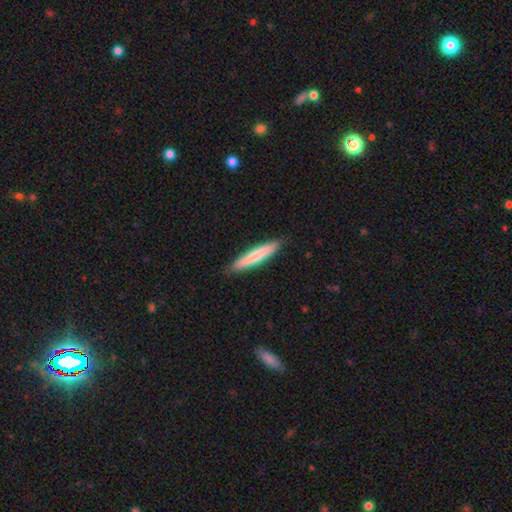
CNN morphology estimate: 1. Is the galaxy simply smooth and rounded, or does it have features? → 71% smooth, 24% featured or disk, 5% star or artifact.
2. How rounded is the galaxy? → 92% cigar-shaped, 7% in between, 1% round.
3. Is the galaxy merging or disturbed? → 89% none, 8% minor disturbance, 1% major disturbance, 1% merger.